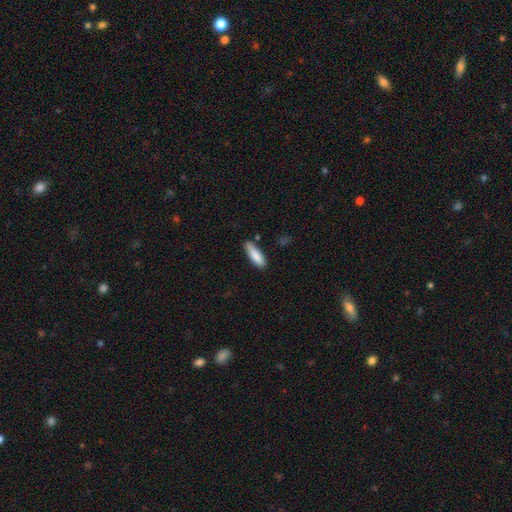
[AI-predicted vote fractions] This appears to be a smooth galaxy with no disk features (86%) that is in between round and cigar-shaped (49%, tied with cigar-shaped). Merging: none (71%).